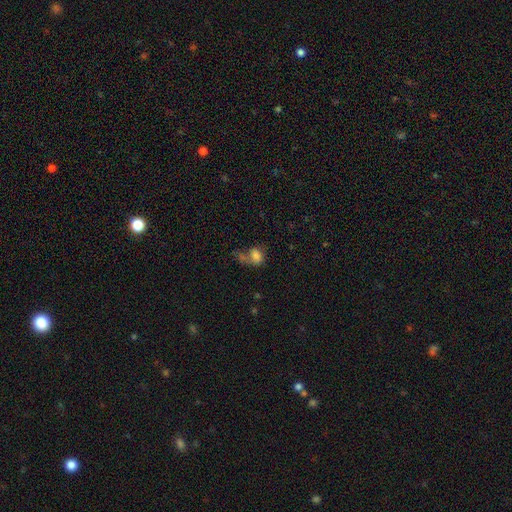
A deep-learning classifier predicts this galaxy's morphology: Smooth or featured?
  - smooth: 69% *
  - featured or disk: 18%
  - star or artifact: 13%
How rounded?
  - in between: 67% *
  - round: 32%
  - cigar-shaped: 2%
Merging?
  - merger: 32% *
  - none: 26%
  - major disturbance: 25%
  - minor disturbance: 17%